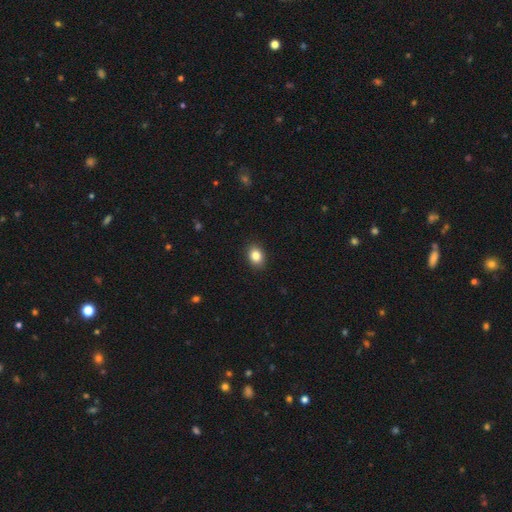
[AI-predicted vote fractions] smooth_or_featured: smooth (p=0.85) [alt: star or artifact p=0.09]
how_rounded: in between (p=0.65) [alt: round p=0.34]
merging: none (p=0.90) [alt: minor disturbance p=0.07]